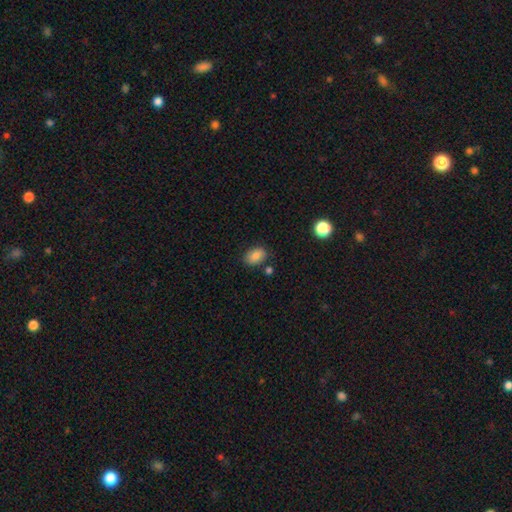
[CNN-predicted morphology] Smooth or featured: smooth — 85% (star or artifact — 9%)
How rounded: in between — 83% (round — 15%)
Merging: none — 79% (minor disturbance — 13%)